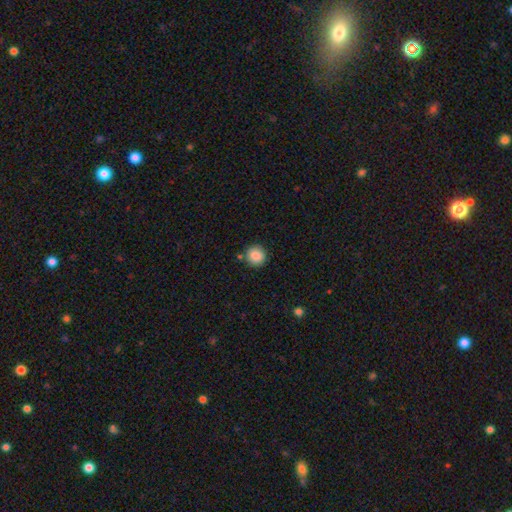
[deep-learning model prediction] This is clearly a smooth galaxy (87%). How rounded: clearly round (93%). Merging: clearly none (87%).